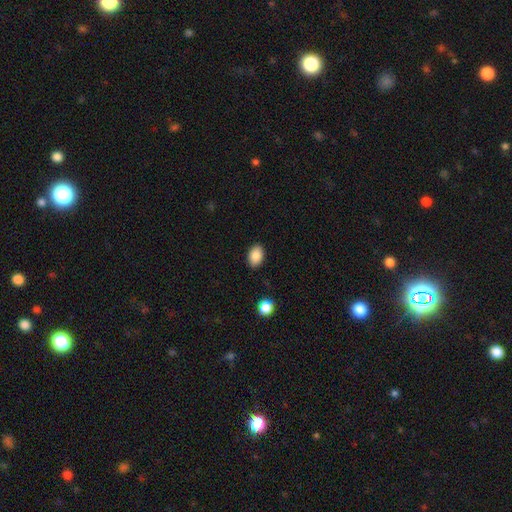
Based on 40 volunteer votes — A smooth galaxy with no disk features (90%) that is in between round and cigar-shaped (89%). Merging: none (70%).